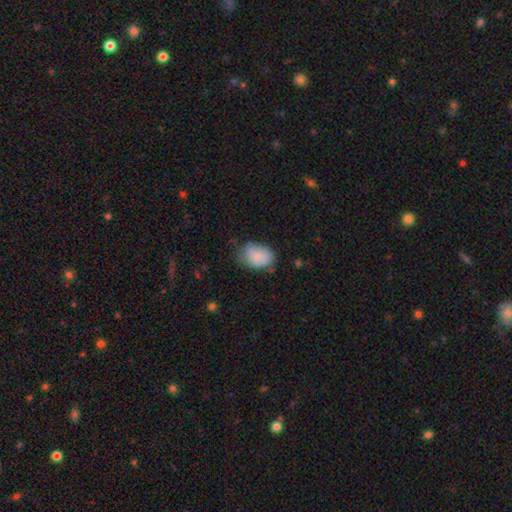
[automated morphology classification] smooth_or_featured: smooth (p=0.82) [alt: featured or disk p=0.11]
how_rounded: in between (p=0.77) [alt: round p=0.22]
merging: none (p=0.53) [alt: minor disturbance p=0.34]